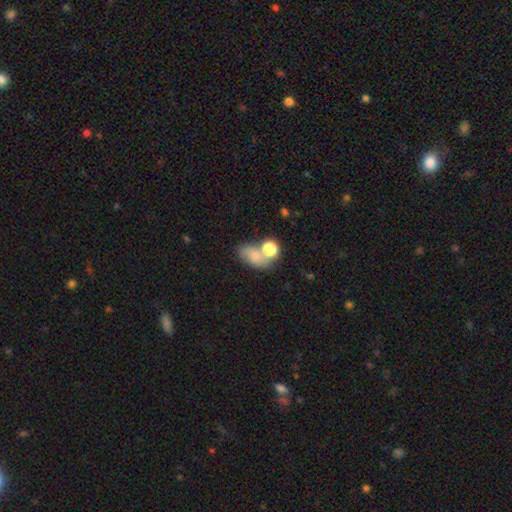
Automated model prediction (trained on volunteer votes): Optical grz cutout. It shows a smooth galaxy with no disk features (65%) that is in between round and cigar-shaped (73%). Merging: none (40%).